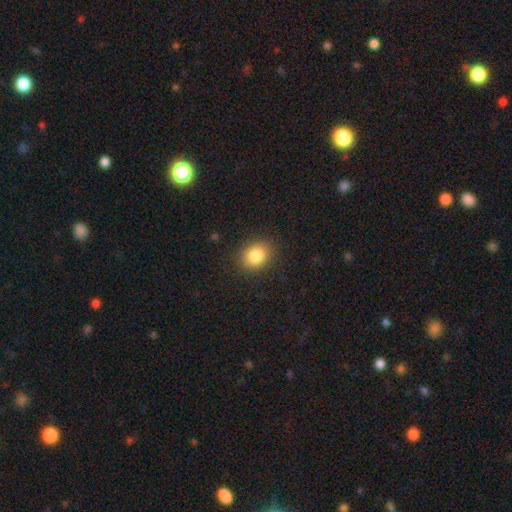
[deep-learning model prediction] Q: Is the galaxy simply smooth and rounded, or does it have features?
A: smooth — 84%.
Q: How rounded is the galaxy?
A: round — 54%.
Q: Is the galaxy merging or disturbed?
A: none — 88%.